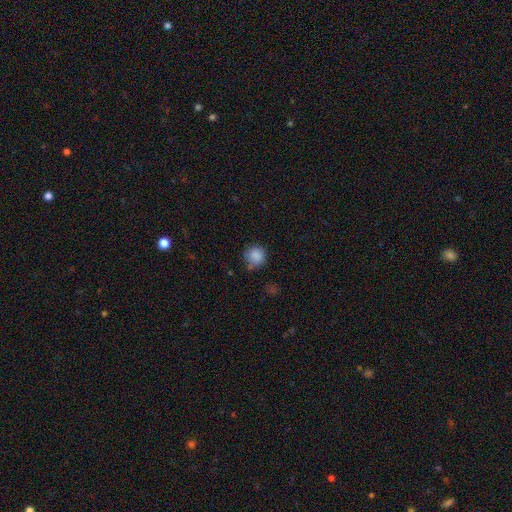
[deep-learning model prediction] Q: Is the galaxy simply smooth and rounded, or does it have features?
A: smooth — 85%.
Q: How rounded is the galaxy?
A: round — 89%.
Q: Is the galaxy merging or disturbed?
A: none — 67%.